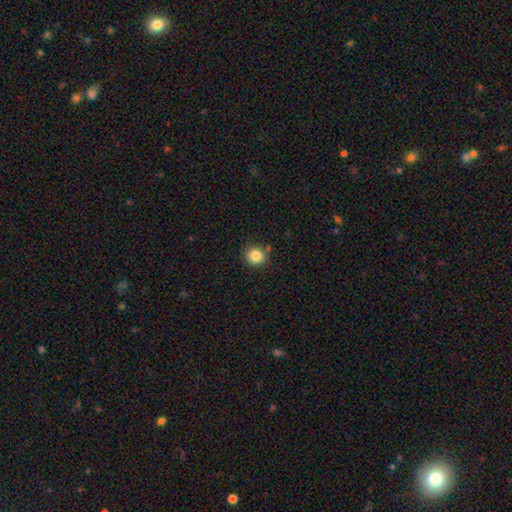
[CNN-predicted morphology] smooth_or_featured: smooth (p=0.84) [alt: star or artifact p=0.11]
how_rounded: round (p=0.91) [alt: in between p=0.08]
merging: none (p=0.84) [alt: minor disturbance p=0.10]